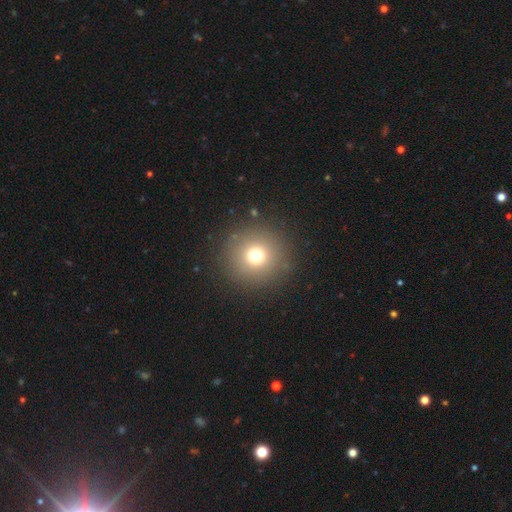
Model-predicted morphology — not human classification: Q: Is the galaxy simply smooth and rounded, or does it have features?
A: smooth — 72%.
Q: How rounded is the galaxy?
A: round — 96%.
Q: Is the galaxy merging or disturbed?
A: none — 90%.